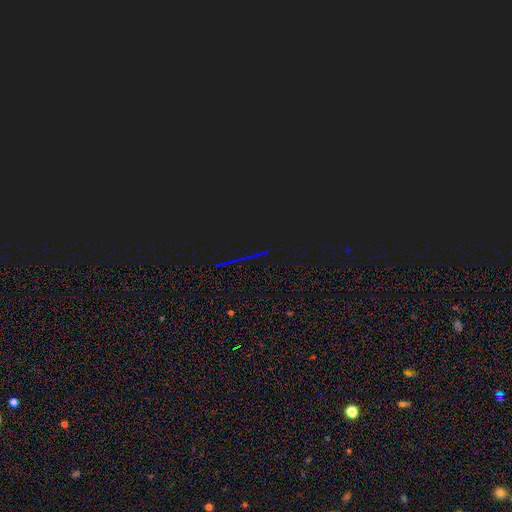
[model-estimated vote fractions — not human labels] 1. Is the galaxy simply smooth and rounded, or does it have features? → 85% star or artifact, 7% smooth, 7% featured or disk.